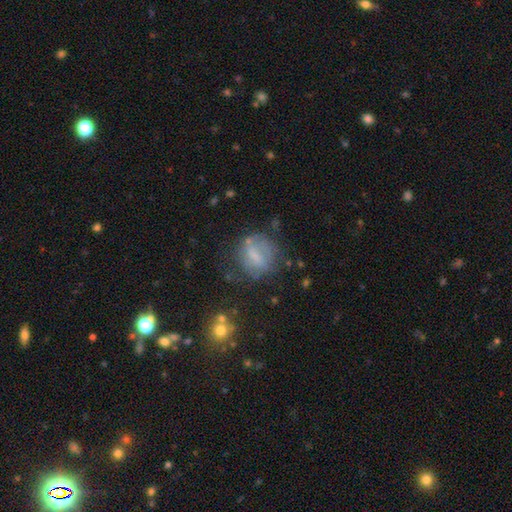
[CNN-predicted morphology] This appears to be a smooth galaxy with no disk features (52%) that is round (63%). Merging: none (60%).